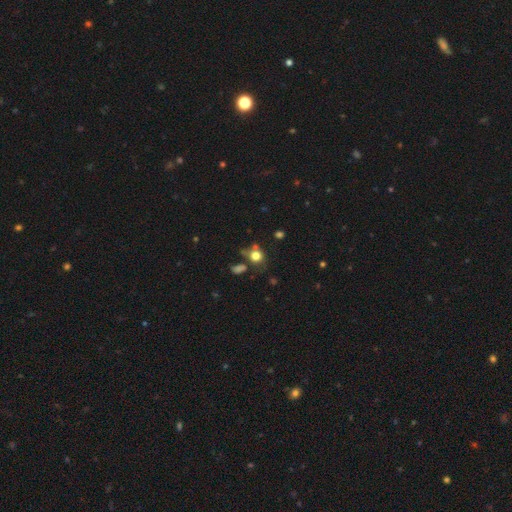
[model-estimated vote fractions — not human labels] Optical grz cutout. It shows a smooth galaxy with no disk features (75%) that is round (74%). Merging: none (54%).